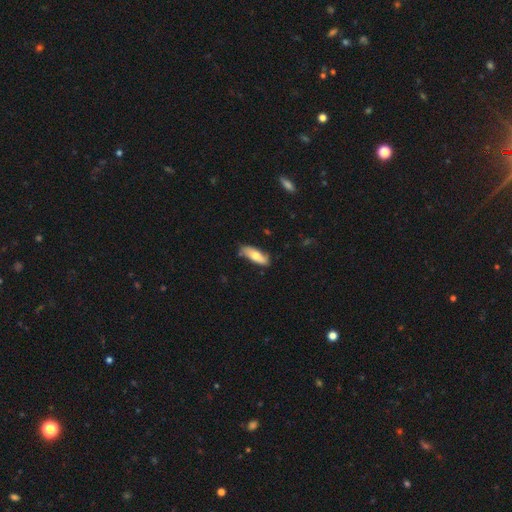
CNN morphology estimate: Overall: smooth (70%). How rounded: in between (62%; cigar-shaped 36%). Merging: none (76%).